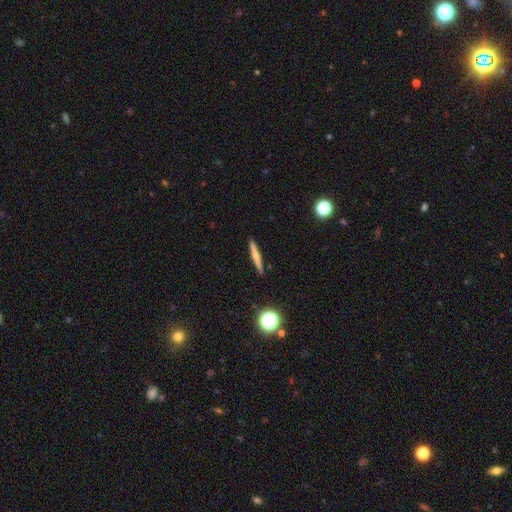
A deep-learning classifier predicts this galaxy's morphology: Overall: smooth (46%; featured or disk 45%). Merging: none (90%).